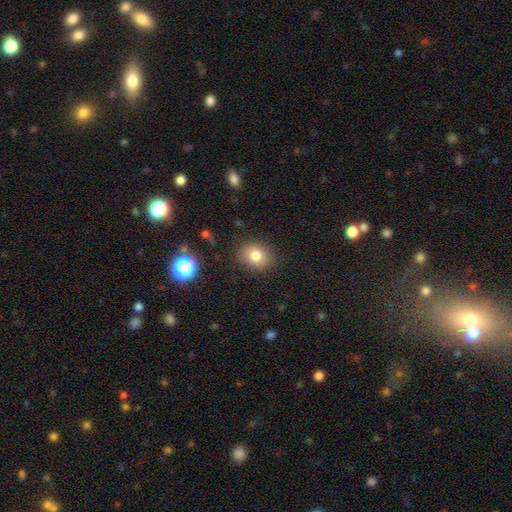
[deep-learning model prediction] Smooth or featured? Predicted: smooth (p=0.79). How rounded? Predicted: round (p=0.57). Merging? Predicted: none (p=0.86).